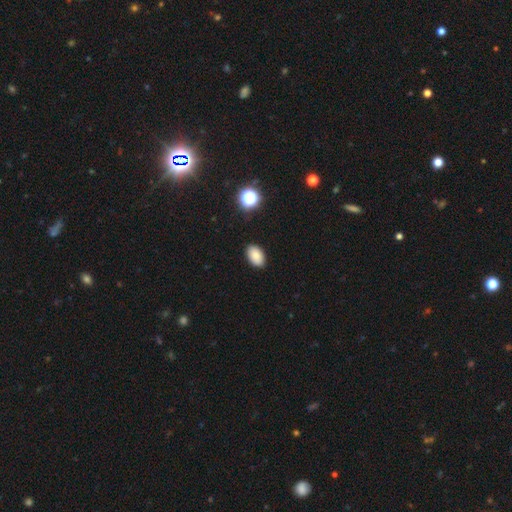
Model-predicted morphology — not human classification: A smooth galaxy with no disk features (85%) that is in between round and cigar-shaped (91%).

Vote fractions:
- Smooth or featured? smooth: 85% / star or artifact: 10% / featured or disk: 6%
- How rounded? in between: 91% / round: 8% / cigar-shaped: 1%
- Merging? none: 88% / minor disturbance: 8% / major disturbance: 2% / merger: 1%